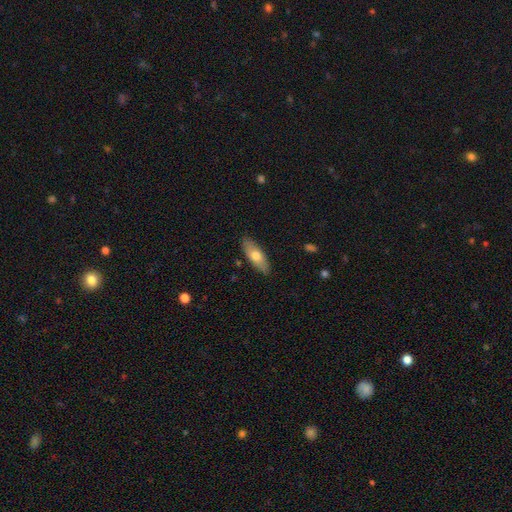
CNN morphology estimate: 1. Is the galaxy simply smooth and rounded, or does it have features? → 66% smooth, 29% featured or disk, 6% star or artifact.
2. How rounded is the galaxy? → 70% in between, 27% cigar-shaped, 2% round.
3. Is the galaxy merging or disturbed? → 87% none, 10% minor disturbance, 2% major disturbance, 1% merger.